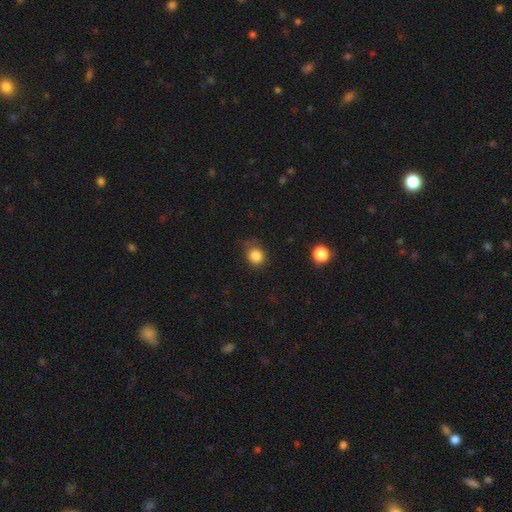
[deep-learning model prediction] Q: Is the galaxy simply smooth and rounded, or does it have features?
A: smooth — 84%.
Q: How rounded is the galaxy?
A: round — 82%.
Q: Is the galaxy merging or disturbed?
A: none — 74%.